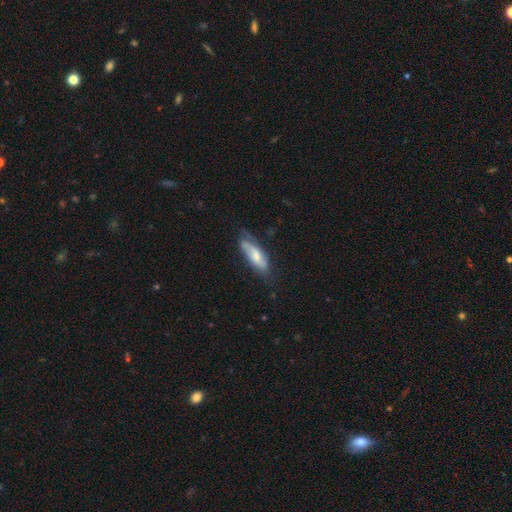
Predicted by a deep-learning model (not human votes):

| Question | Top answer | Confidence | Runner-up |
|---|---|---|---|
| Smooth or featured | smooth | 51% | featured or disk (42%) |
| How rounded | in between | 61% | cigar-shaped (37%) |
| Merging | none | 56% | minor disturbance (30%) |